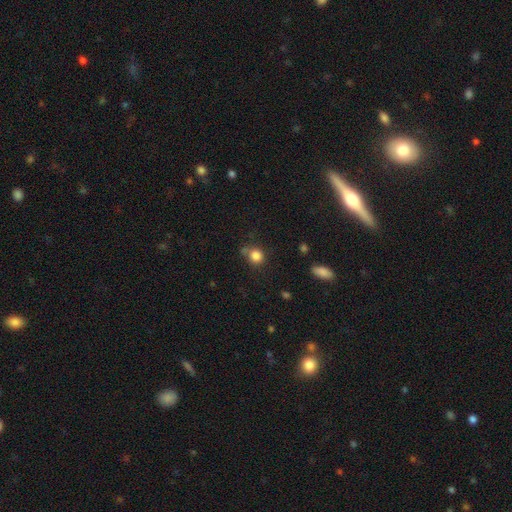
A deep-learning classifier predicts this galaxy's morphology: Smooth or featured? smooth (83%)
How rounded? round (85%)
Merging? none (65%)